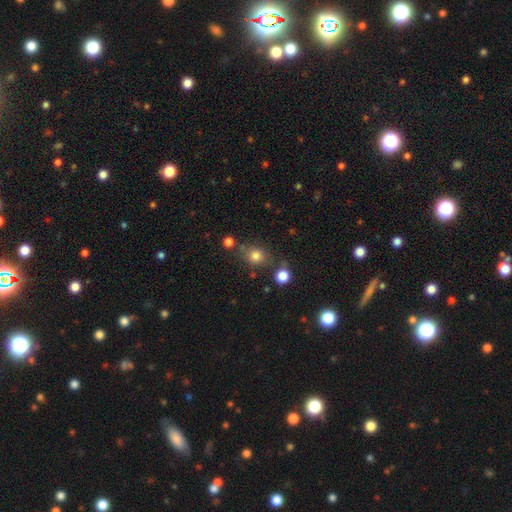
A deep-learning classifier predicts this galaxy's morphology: smooth-or-featured: smooth: 79% | star or artifact: 13% | featured or disk: 8%
  how-rounded: round: 73% | in between: 26% | cigar-shaped: 1%
  merging: none: 72% | minor disturbance: 13% | merger: 9% | major disturbance: 5%